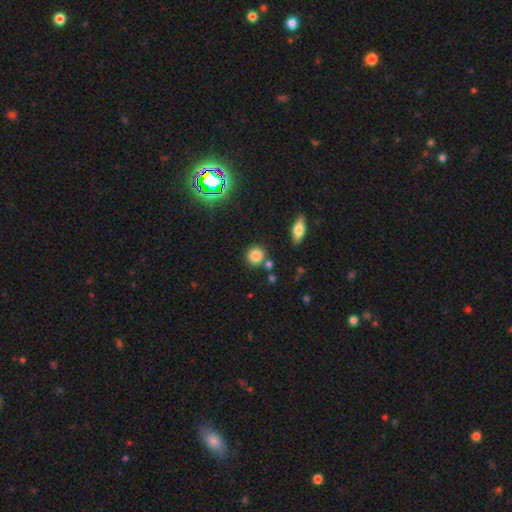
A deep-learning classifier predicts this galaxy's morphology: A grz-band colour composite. It shows a smooth galaxy with no disk features (82%) that is round (89%). Merging: none (80%).